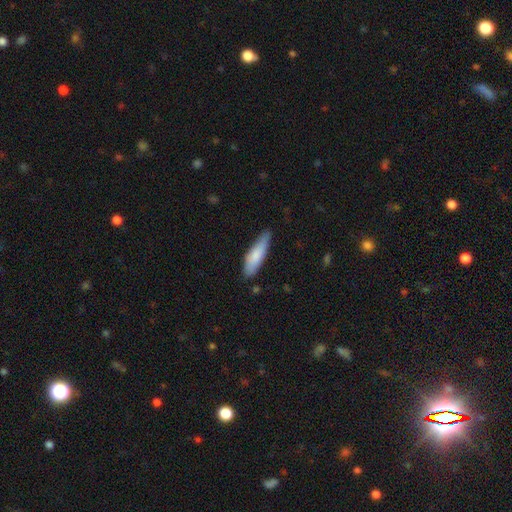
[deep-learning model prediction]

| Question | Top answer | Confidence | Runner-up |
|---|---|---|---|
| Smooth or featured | smooth | 80% | featured or disk (14%) |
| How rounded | cigar-shaped | 60% | in between (38%) |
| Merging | none | 69% | minor disturbance (26%) |